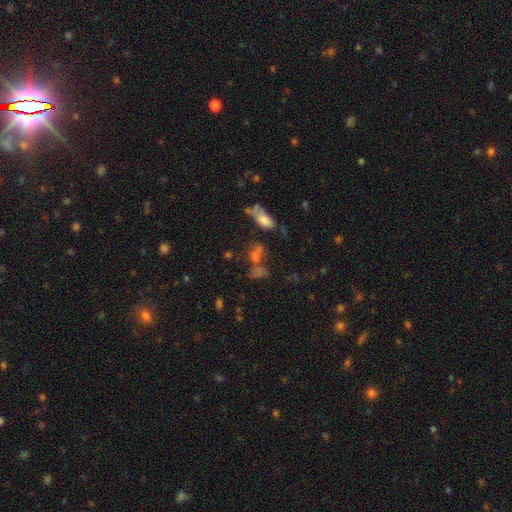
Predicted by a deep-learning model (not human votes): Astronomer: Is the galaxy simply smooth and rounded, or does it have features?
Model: smooth — 53%.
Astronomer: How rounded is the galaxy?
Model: in between — 66%.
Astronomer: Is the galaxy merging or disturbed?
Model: none — 41% (runner-up: merger, 33%).